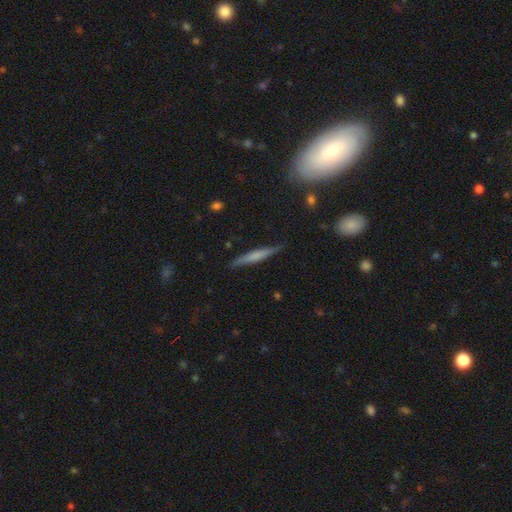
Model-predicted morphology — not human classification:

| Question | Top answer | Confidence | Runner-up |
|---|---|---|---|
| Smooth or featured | smooth | 48% | featured or disk (46%) |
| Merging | none | 87% | minor disturbance (10%) |